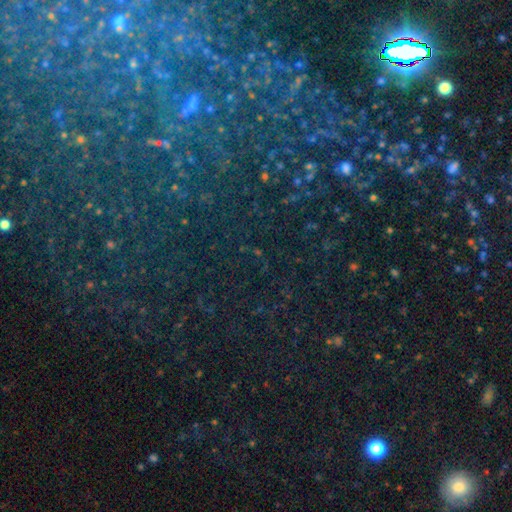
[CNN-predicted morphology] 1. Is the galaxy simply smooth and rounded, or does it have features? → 81% star or artifact, 10% smooth, 9% featured or disk.